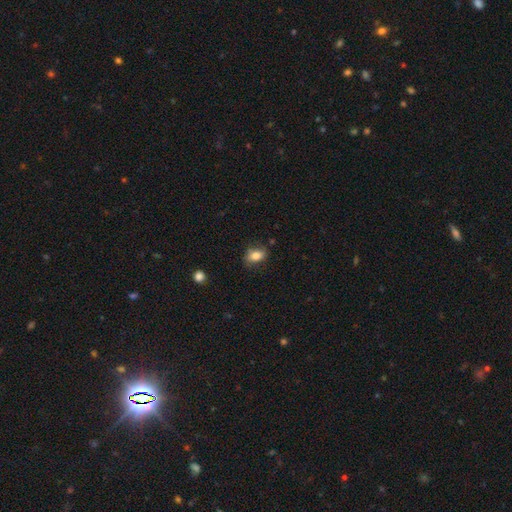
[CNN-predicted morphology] This appears to be a smooth galaxy with no disk features (80%) that is in between round and cigar-shaped (83%). Merging: none (75%).